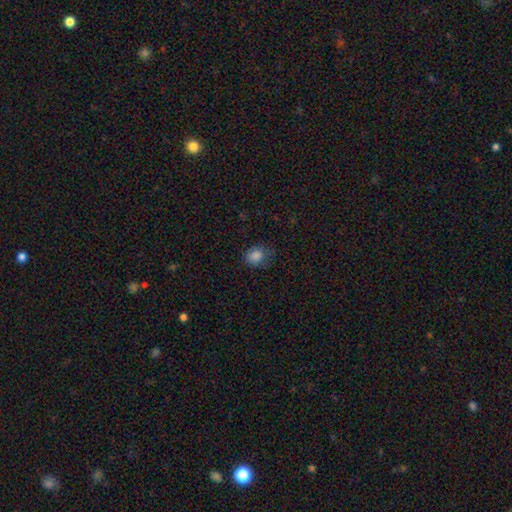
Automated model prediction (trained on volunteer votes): smooth-or-featured: smooth: 85% | star or artifact: 11% | featured or disk: 5%
  how-rounded: round: 63% | in between: 36% | cigar-shaped: 1%
  merging: none: 70% | minor disturbance: 22% | major disturbance: 6% | merger: 1%